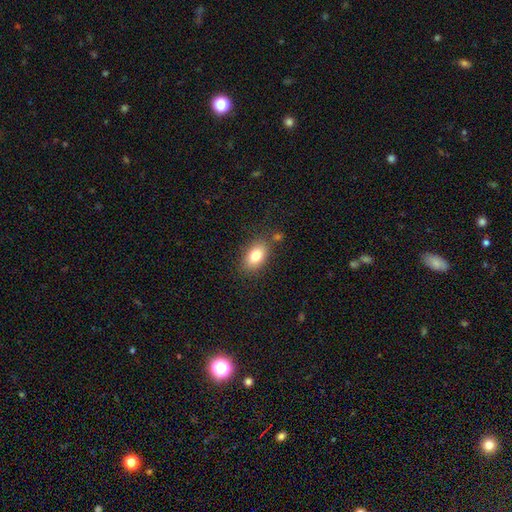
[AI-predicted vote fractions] smooth 82%, featured or disk 10%, star or artifact 8%. Down the decision tree: how rounded — in between (89%); merging — none (79%).